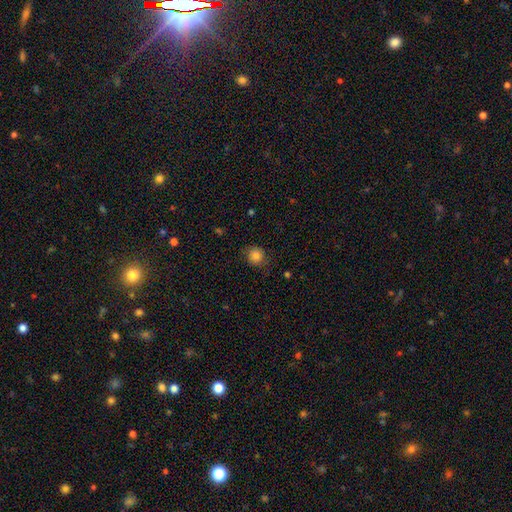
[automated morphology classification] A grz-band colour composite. It shows a smooth galaxy with no disk features (82%) that is round (87%). Merging: none (79%).